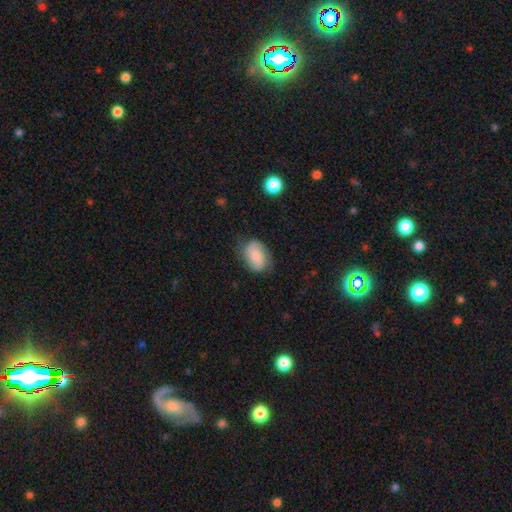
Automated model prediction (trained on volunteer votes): Smooth or featured? Predicted: smooth (p=0.60). How rounded? Predicted: in between (p=0.85). Merging? Predicted: none (p=0.68).